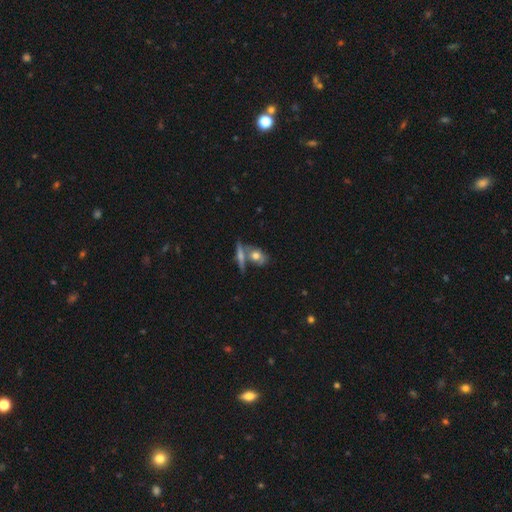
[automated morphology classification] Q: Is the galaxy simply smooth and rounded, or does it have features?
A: smooth — 58%.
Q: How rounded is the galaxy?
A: in between — 59%.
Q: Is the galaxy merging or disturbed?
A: none — 48%.